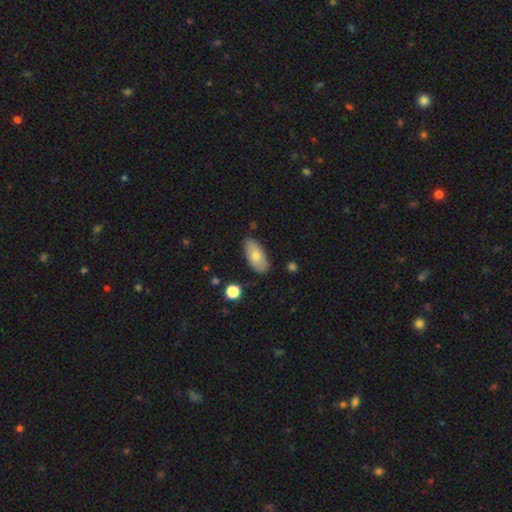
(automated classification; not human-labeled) Q: Smooth or featured?
A: smooth (75%); runner-up: featured or disk (18%)
Q: How rounded?
A: in between (89%); runner-up: cigar-shaped (8%)
Q: Merging?
A: none (82%); runner-up: minor disturbance (14%)